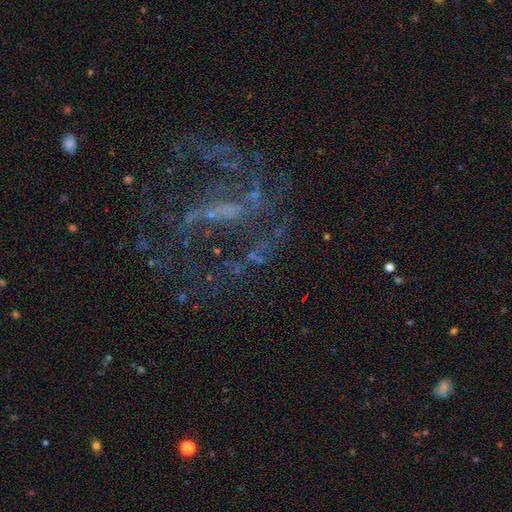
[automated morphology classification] Smooth or featured? Predicted: featured or disk (p=0.75). Edge-on disk? Predicted: no (p=0.96). Bar? Predicted: weak (p=0.41). Spiral arms? Predicted: yes (p=0.78). Spiral winding? Predicted: medium (p=0.42). Spiral arm count? Predicted: 2 (p=0.45). Bulge size? Predicted: small (p=0.40). Merging? Predicted: none (p=0.54).